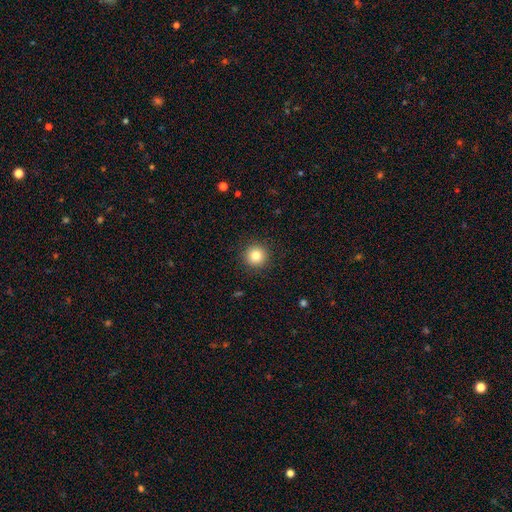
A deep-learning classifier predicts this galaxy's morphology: This is clearly a smooth galaxy (83%). How rounded: clearly round (95%). Merging: clearly none (92%).